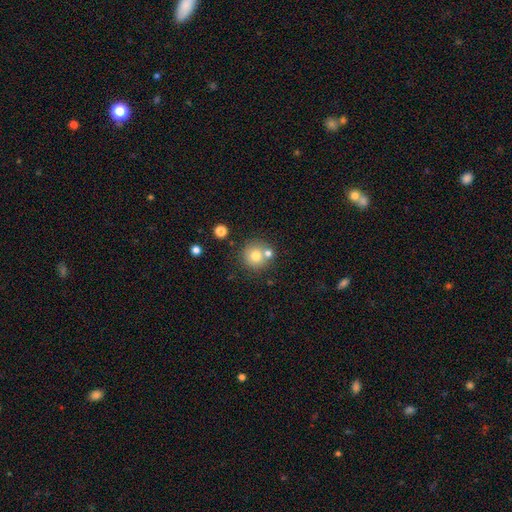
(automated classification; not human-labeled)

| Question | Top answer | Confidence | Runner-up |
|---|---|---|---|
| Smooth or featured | smooth | 75% | featured or disk (13%) |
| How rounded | round | 94% | in between (5%) |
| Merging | none | 68% | merger (21%) |